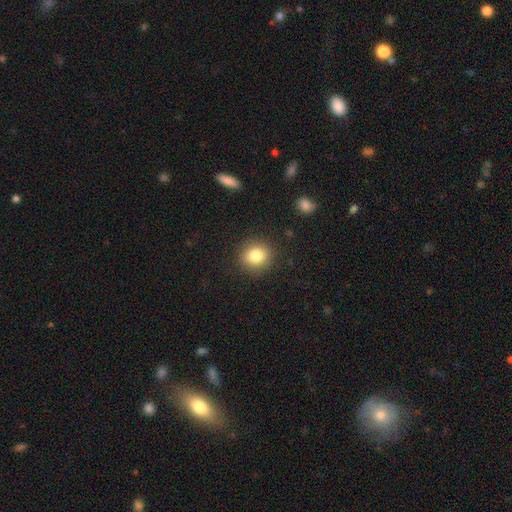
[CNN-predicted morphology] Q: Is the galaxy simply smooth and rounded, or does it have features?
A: smooth — 82%.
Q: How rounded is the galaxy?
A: round — 80%.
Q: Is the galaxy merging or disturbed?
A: none — 88%.